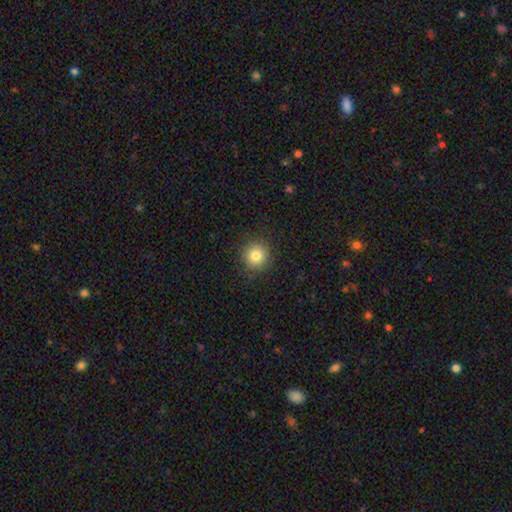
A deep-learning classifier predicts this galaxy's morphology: This appears to be a smooth galaxy with no disk features (83%) that is round (94%). Merging: none (89%).